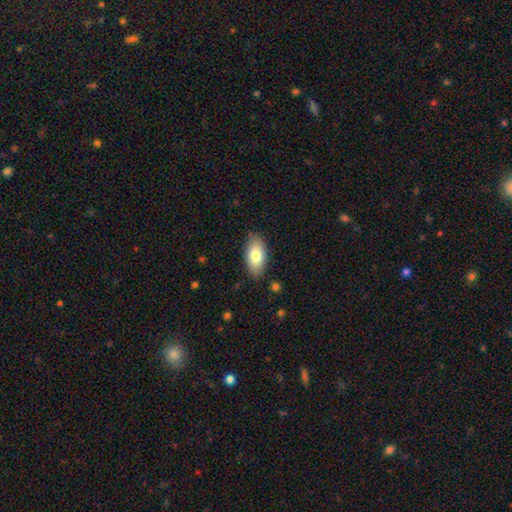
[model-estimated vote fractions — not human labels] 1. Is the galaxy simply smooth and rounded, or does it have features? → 80% smooth, 14% featured or disk, 6% star or artifact.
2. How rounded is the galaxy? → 93% in between, 5% cigar-shaped, 3% round.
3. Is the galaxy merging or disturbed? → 84% none, 12% minor disturbance, 2% major disturbance, 1% merger.